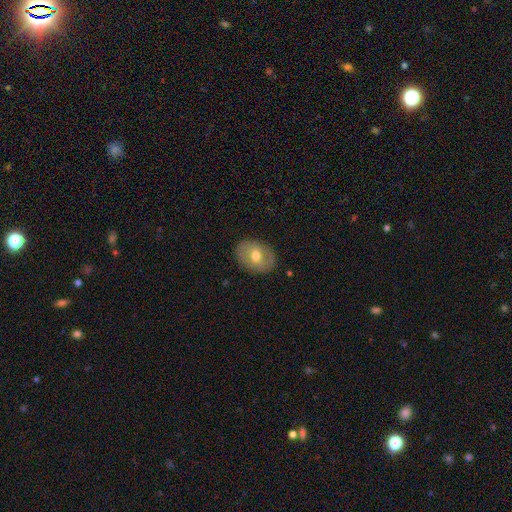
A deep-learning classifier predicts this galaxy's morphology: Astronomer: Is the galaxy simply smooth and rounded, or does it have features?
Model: smooth — 55% (runner-up: featured or disk, 38%).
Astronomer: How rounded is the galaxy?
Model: in between — 65%.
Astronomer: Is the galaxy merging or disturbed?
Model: none — 85%.